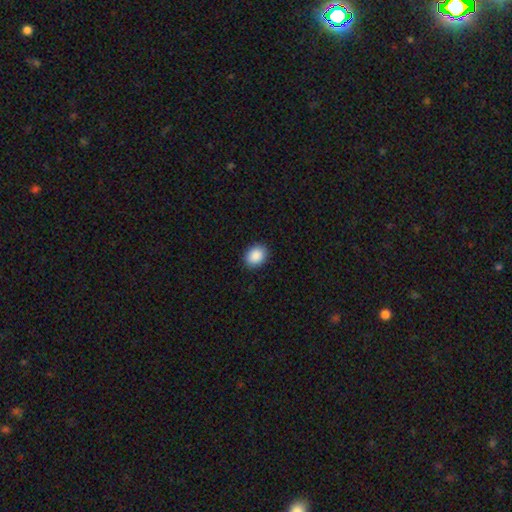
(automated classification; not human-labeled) This is clearly a smooth galaxy (90%). How rounded: likely in between (62%). Merging: clearly none (90%).